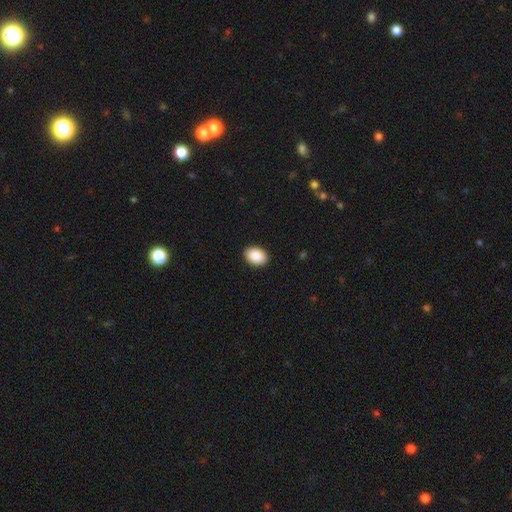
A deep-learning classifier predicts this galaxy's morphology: This appears to be a smooth galaxy with no disk features (90%) that is in between round and cigar-shaped (77%). Merging: none (91%).